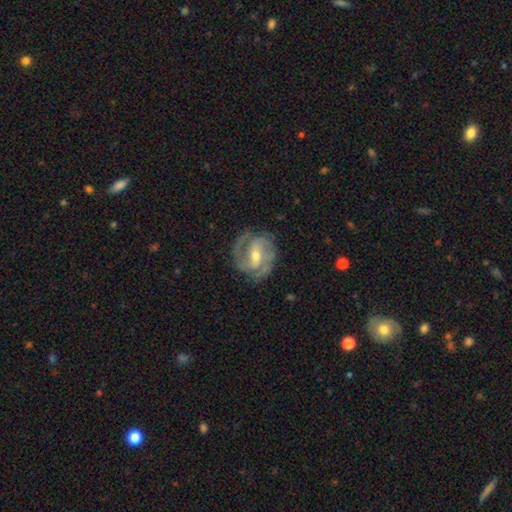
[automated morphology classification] Smooth or featured: featured or disk — 87% (smooth — 8%)
Edge-on disk: no — 97% (yes — 3%)
Bar: weak — 42% (strong — 38%)
Spiral arms: yes — 96% (no — 4%)
Spiral winding: medium — 50% (tight — 38%)
Spiral arm count: 2 — 72% (3 — 13%)
Bulge size: moderate — 57% (small — 39%)
Merging: none — 75% (minor disturbance — 17%)